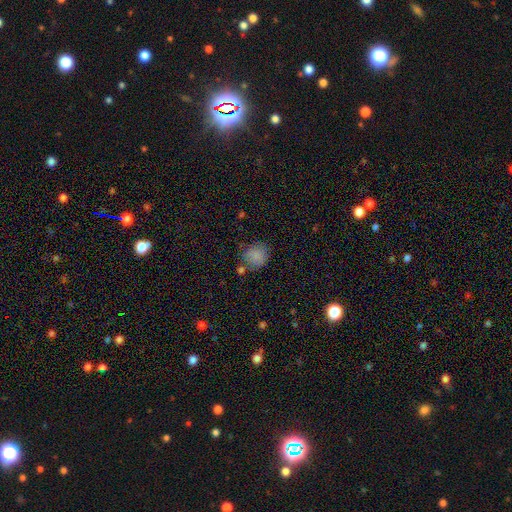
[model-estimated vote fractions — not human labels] smooth 82%, star or artifact 10%, featured or disk 7%. Down the decision tree: how rounded — round (80%); merging — none (68%).